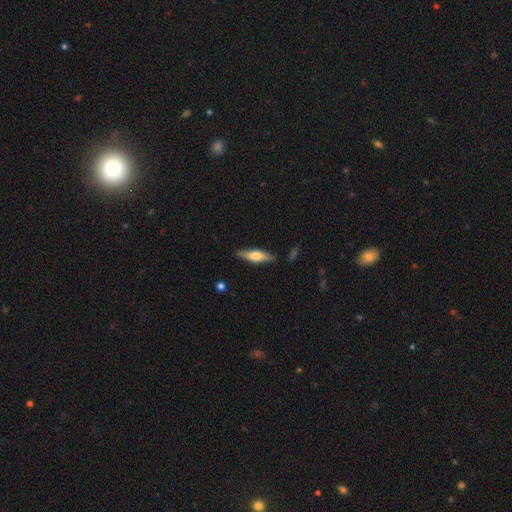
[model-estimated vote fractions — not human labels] Smooth or featured? Predicted: smooth (p=0.50). How rounded? Predicted: cigar-shaped (p=0.67). Merging? Predicted: none (p=0.85).